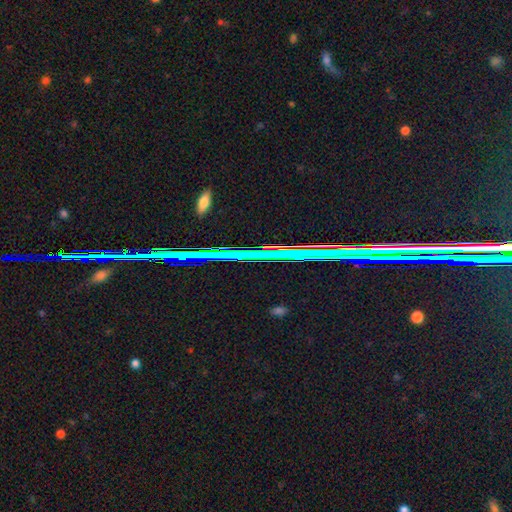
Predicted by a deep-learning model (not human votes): Overall: star or artifact (81%).